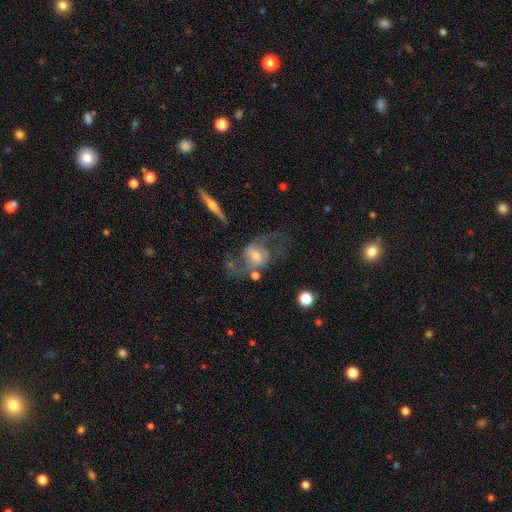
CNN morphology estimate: Overall: featured or disk (80%). Edge-on disk: no (94%). Bar: weak (41%; no 39%). Spiral arms: yes (90%). Spiral arm count: 2 (89%). Spiral winding: loose (45%; medium 44%). Bulge size: moderate (49%; small 39%). Merging: none (57%; major disturbance 20%).